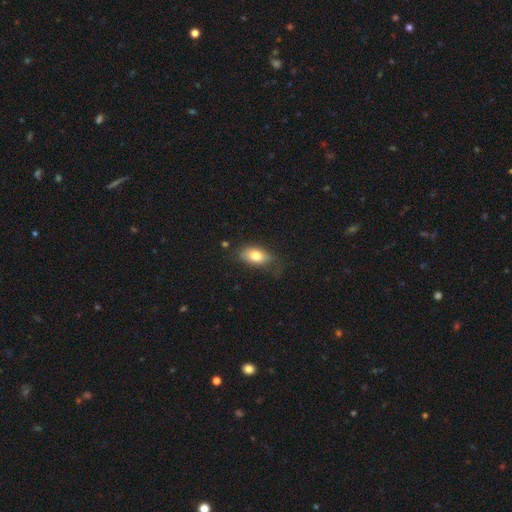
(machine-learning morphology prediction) Smooth or featured?
  - smooth: 76% *
  - featured or disk: 16%
  - star or artifact: 8%
How rounded?
  - in between: 88% *
  - round: 8%
  - cigar-shaped: 4%
Merging?
  - none: 64% *
  - minor disturbance: 26%
  - major disturbance: 9%
  - merger: 2%